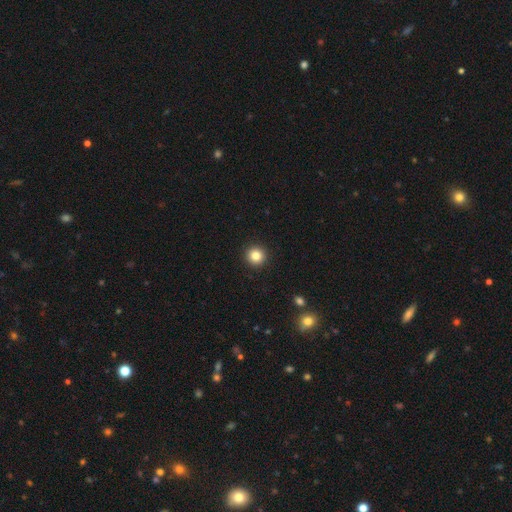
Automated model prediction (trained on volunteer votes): Morphology: type=smooth (83%); roundness=round (96%); merging=none (93%).